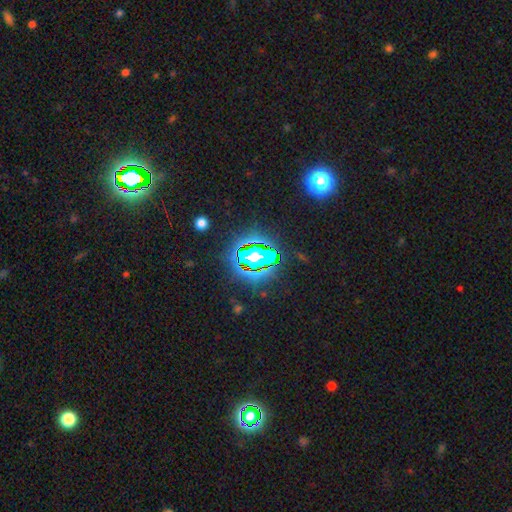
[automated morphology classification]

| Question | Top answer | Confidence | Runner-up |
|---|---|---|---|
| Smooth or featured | star or artifact | 79% | smooth (12%) |